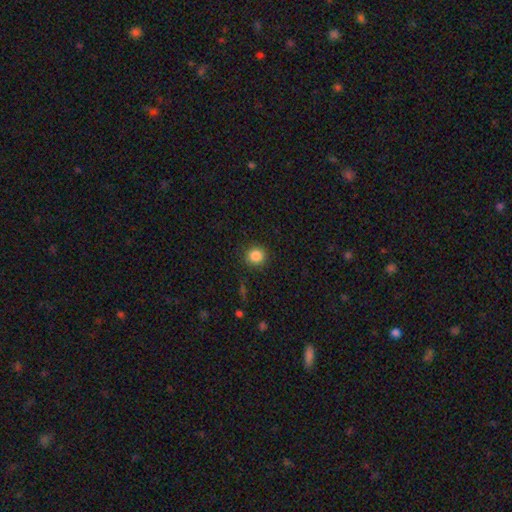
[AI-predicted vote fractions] This is clearly a smooth galaxy (87%). How rounded: clearly round (89%). Merging: clearly none (90%).